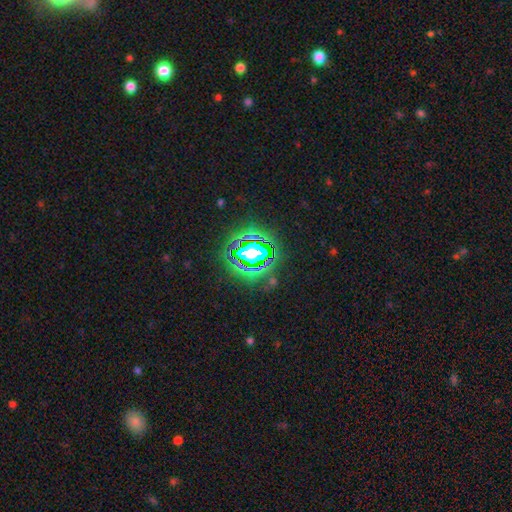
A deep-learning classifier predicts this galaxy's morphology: Smooth or featured? Predicted: star or artifact (p=0.74).